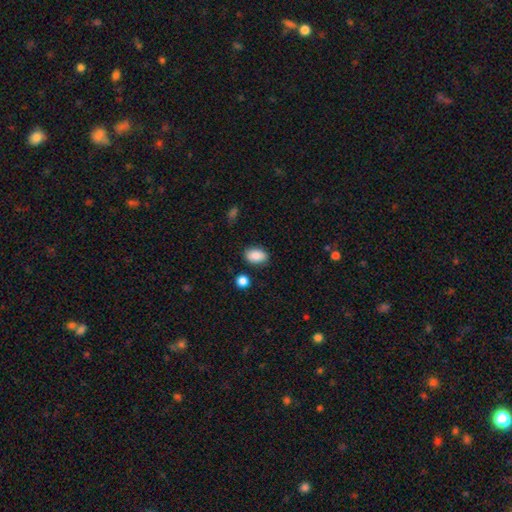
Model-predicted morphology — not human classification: Q: Smooth or featured?
A: smooth (86%); runner-up: star or artifact (8%)
Q: How rounded?
A: in between (88%); runner-up: round (11%)
Q: Merging?
A: none (85%); runner-up: minor disturbance (10%)